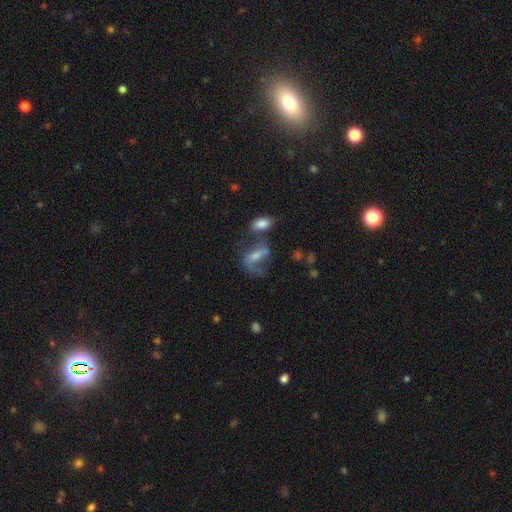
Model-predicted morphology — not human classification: Smooth or featured? Predicted: featured or disk (p=0.61). Edge-on disk? Predicted: no (p=0.94). Bar? Predicted: weak (p=0.40). Spiral arms? Predicted: yes (p=0.80). Bulge size? Predicted: moderate (p=0.41). Merging? Predicted: none (p=0.35).